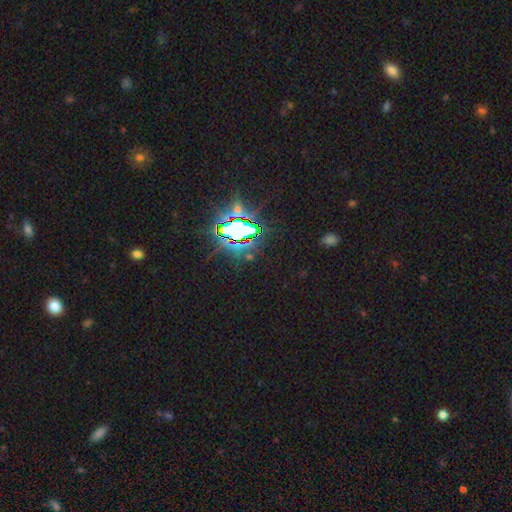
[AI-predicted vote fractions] A star or artifact, not a galaxy (83%).

Vote fractions:
- Smooth or featured? star or artifact: 83% / smooth: 10% / featured or disk: 7%